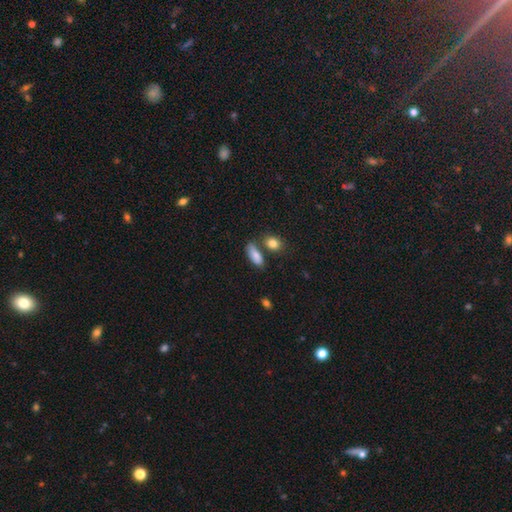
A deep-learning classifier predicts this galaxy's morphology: Smooth or featured: smooth — 84% (featured or disk — 8%)
How rounded: in between — 74% (cigar-shaped — 21%)
Merging: none — 64% (merger — 16%)